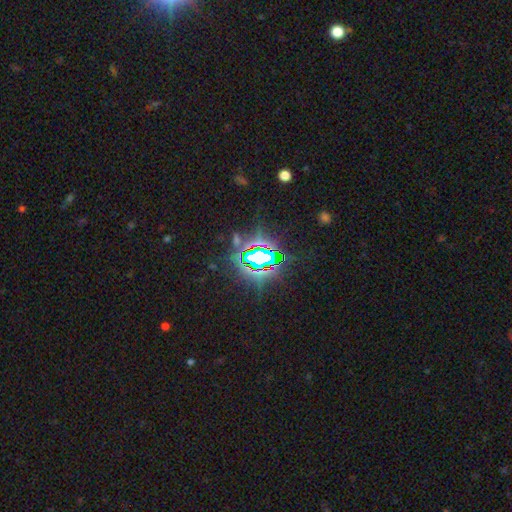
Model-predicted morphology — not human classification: A star or artifact, not a galaxy (78%).